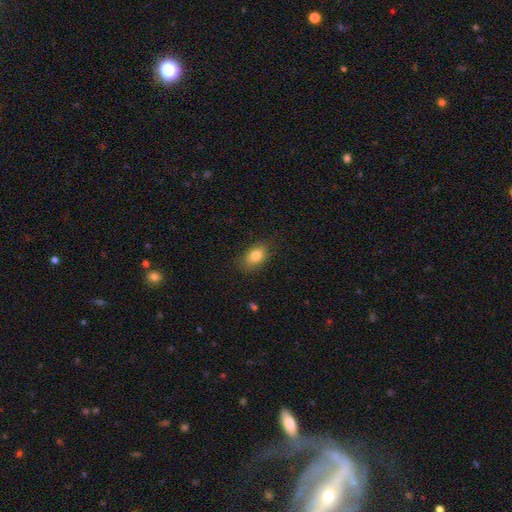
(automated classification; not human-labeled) The model was most divided on "how rounded": in between: 83%, round: 15%, cigar-shaped: 2%. More confident: smooth or featured — smooth (82%); merging — none (82%).